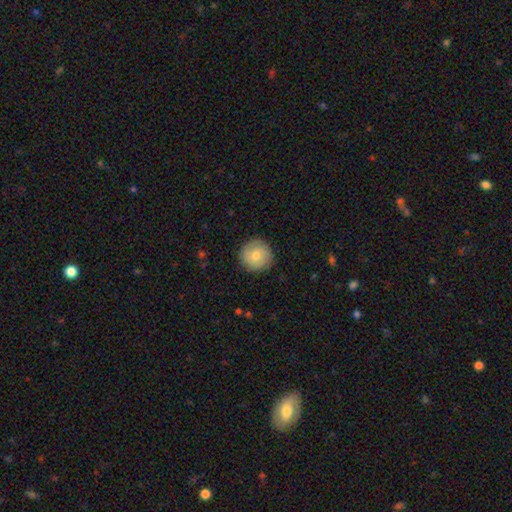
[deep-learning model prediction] A smooth galaxy with no disk features (71%) that is round (95%). Merging: none (89%).